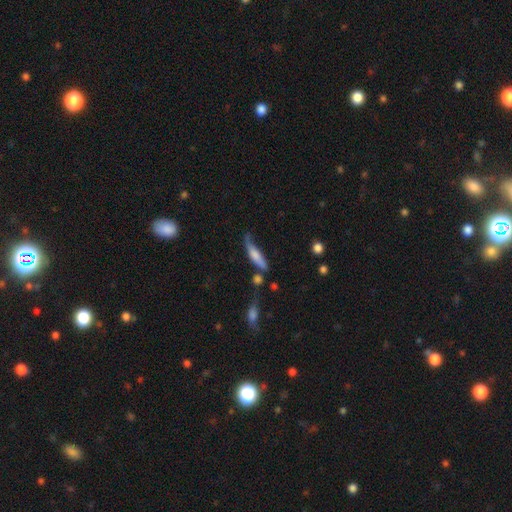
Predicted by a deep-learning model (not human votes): A smooth galaxy with no disk features (63%) that is cigar-shaped (73%).

Vote fractions:
- Smooth or featured? smooth: 63% / featured or disk: 30% / star or artifact: 7%
- How rounded? cigar-shaped: 73% / in between: 25% / round: 2%
- Merging? none: 40% / minor disturbance: 31% / major disturbance: 17% / merger: 13%